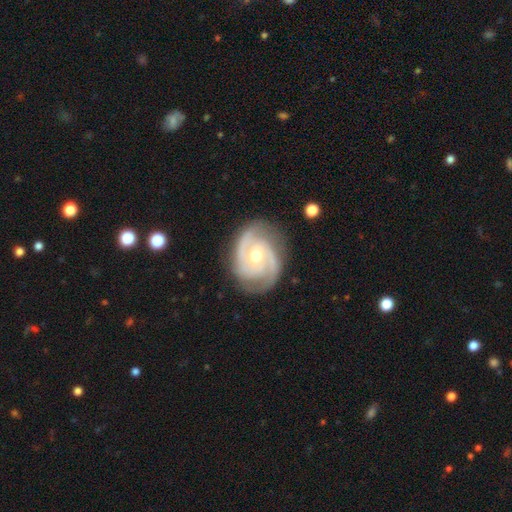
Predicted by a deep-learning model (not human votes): Smooth or featured? featured or disk (91%)
Edge-on disk? no (97%)
Bar? no (61%)
Spiral arms? yes (98%)
Spiral winding? tight (53%)
Spiral arm count? 2 (63%)
Bulge size? moderate (67%)
Merging? none (79%)